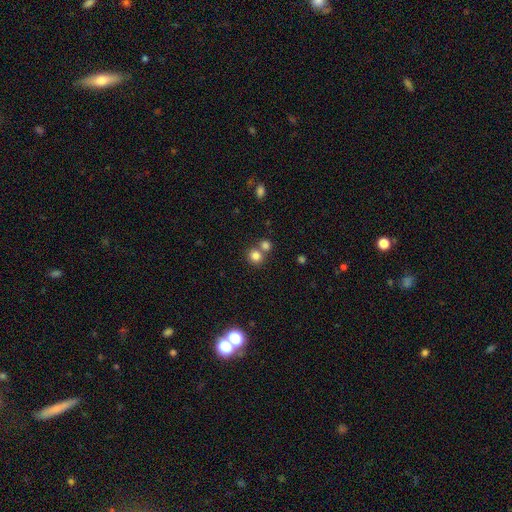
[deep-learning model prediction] Smooth or featured?
  - smooth: 81% *
  - star or artifact: 12%
  - featured or disk: 7%
How rounded?
  - round: 87% *
  - in between: 12%
  - cigar-shaped: 1%
Merging?
  - none: 55% *
  - merger: 36%
  - minor disturbance: 6%
  - major disturbance: 2%